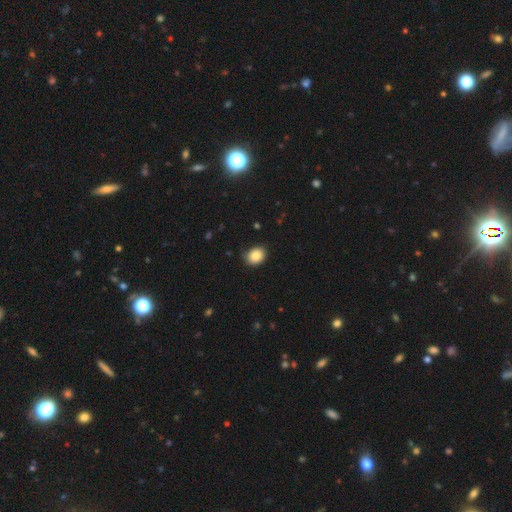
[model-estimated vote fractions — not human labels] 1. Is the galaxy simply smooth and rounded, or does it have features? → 87% smooth, 9% star or artifact, 5% featured or disk.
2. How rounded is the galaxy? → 53% round, 47% in between, 1% cigar-shaped.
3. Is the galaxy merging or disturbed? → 82% none, 14% minor disturbance, 3% major disturbance, 1% merger.